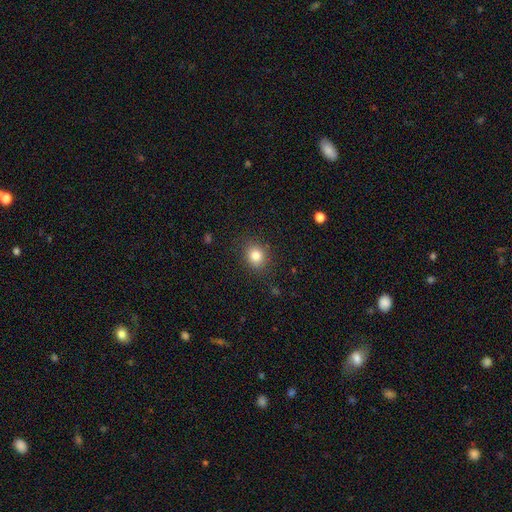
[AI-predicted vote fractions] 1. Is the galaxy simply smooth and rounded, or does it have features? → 83% smooth, 11% star or artifact, 6% featured or disk.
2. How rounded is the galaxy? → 72% round, 27% in between, 1% cigar-shaped.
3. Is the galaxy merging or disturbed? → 85% none, 10% minor disturbance, 3% major disturbance, 1% merger.